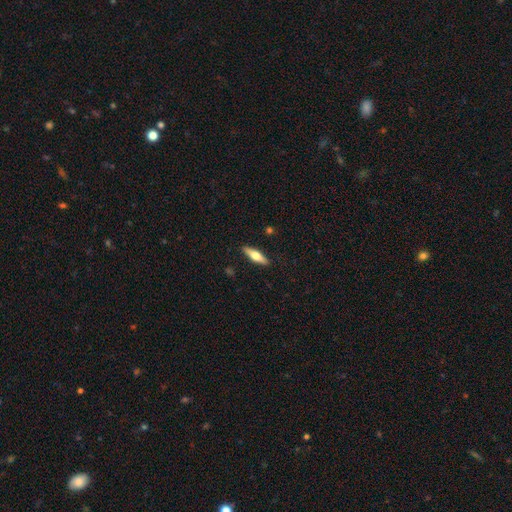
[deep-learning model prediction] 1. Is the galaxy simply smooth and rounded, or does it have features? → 49% smooth, 46% featured or disk, 6% star or artifact.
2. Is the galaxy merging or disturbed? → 89% none, 8% minor disturbance, 2% major disturbance, 1% merger.